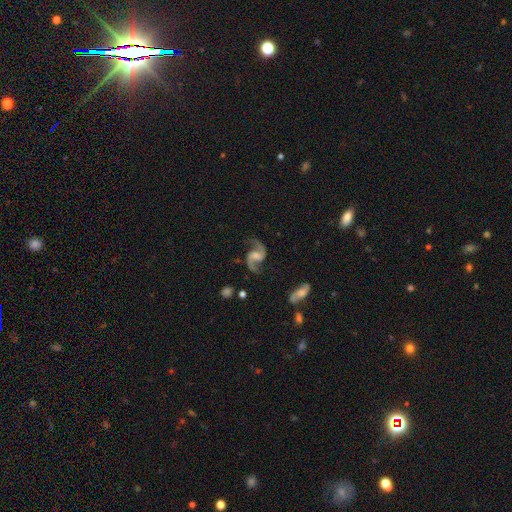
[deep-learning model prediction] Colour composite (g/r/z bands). It shows a featured or disk galaxy (92%) with a weak bar (51%), 2 (94%) loose (52%) spiral arms (98%) and a moderate central bulge (35%). Merging: none (79%).